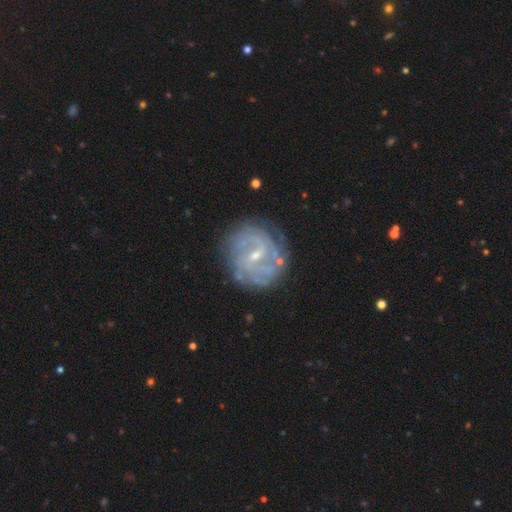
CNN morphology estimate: A featured or disk galaxy (85%) with a weak bar (58%), 2 (37%) tight (54%) spiral arms (93%) and a small central bulge (67%). Merging: none (77%).